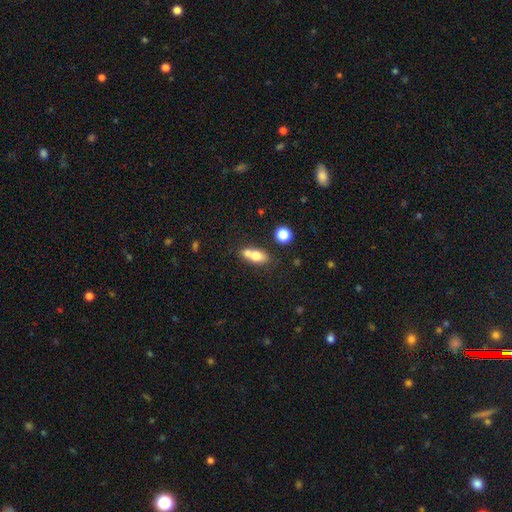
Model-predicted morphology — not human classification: Overall: smooth (70%). How rounded: in between (70%). Merging: merger (48%; none 36%).